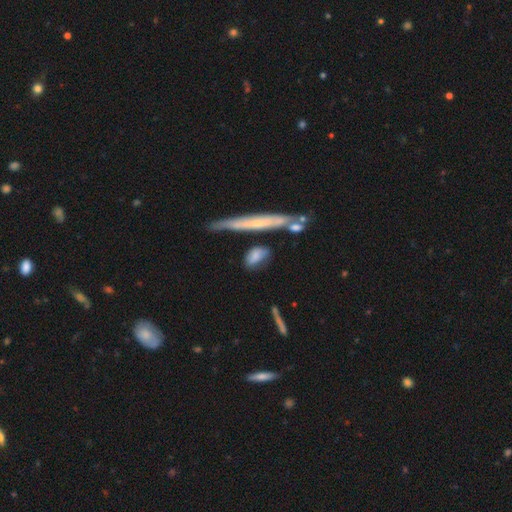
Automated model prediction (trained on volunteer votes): Smooth or featured?
  - smooth: 72% *
  - featured or disk: 21%
  - star or artifact: 7%
How rounded?
  - in between: 63% *
  - cigar-shaped: 29%
  - round: 9%
Merging?
  - none: 59% *
  - minor disturbance: 22%
  - merger: 11%
  - major disturbance: 8%